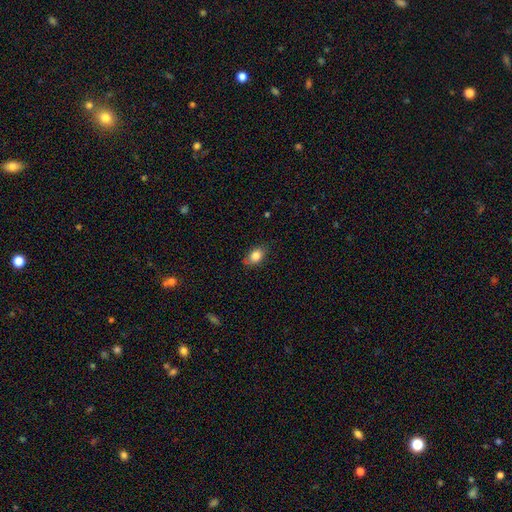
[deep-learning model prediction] smooth_or_featured: smooth (p=0.83) [alt: featured or disk p=0.09]
how_rounded: in between (p=0.81) [alt: round p=0.17]
merging: none (p=0.75) [alt: minor disturbance p=0.20]